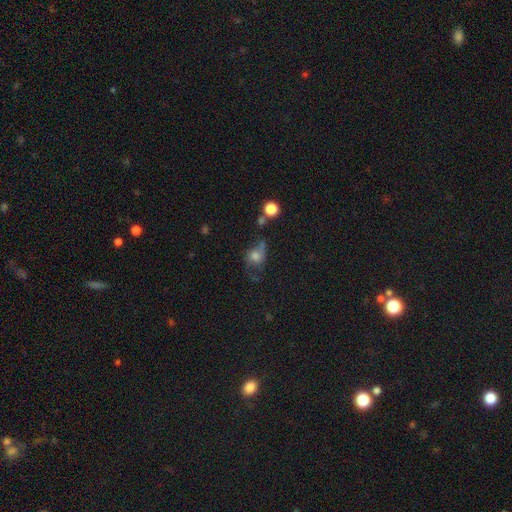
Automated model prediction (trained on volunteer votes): Overall: smooth (53%; featured or disk 33%). How rounded: round (58%; in between 40%). Merging: none (40%; minor disturbance 26%).